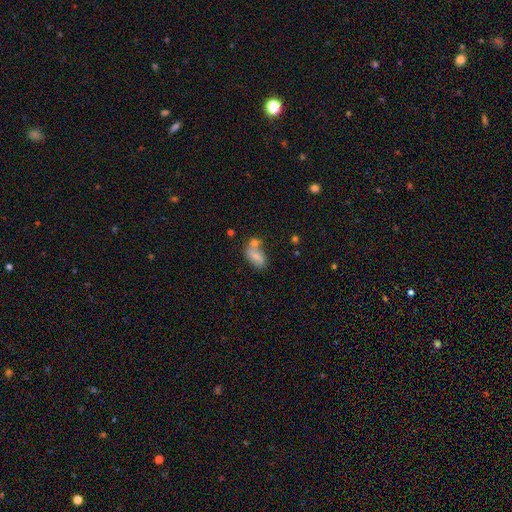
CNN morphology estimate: This is likely a smooth galaxy (65%). How rounded: clearly in between (87%). Merging: marginally none (38%, tied with merger).